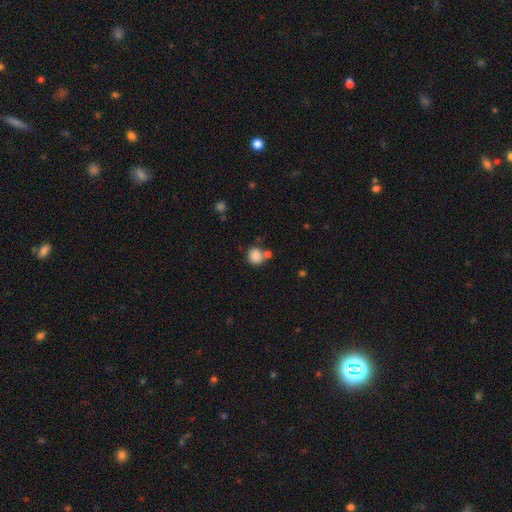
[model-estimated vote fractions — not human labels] smooth_or_featured: smooth (p=0.85) [alt: star or artifact p=0.10]
how_rounded: round (p=0.84) [alt: in between p=0.15]
merging: none (p=0.59) [alt: merger p=0.23]